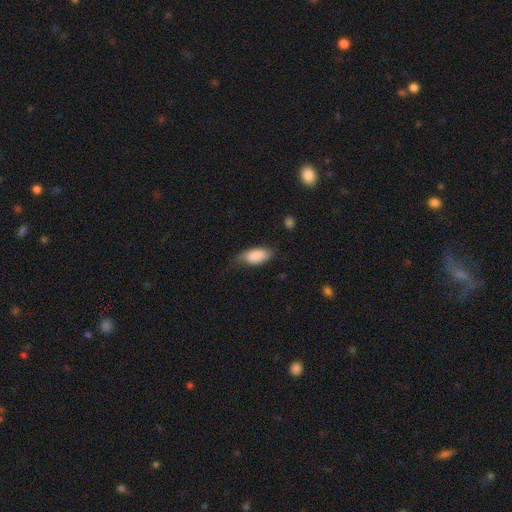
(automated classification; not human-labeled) smooth 84%, featured or disk 10%, star or artifact 6%. Down the decision tree: how rounded — in between (91%); merging — none (52%).